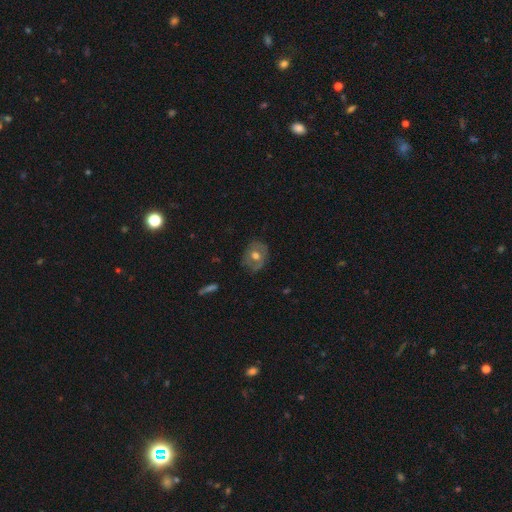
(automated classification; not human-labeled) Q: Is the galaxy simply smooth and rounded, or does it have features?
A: smooth — 51%.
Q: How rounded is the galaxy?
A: round — 58%.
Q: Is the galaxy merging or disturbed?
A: none — 72%.